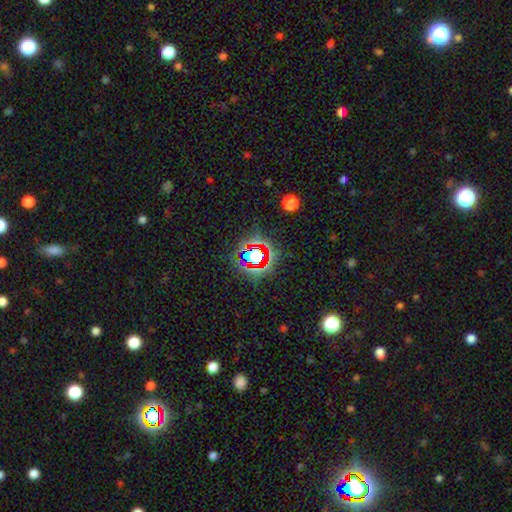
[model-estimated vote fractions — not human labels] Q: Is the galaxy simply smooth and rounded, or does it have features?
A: star or artifact — 67%.